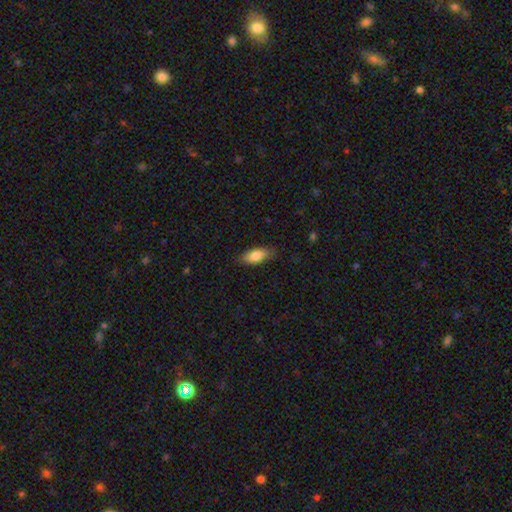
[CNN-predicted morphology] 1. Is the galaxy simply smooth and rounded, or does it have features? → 83% smooth, 10% featured or disk, 7% star or artifact.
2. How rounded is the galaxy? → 81% in between, 16% cigar-shaped, 2% round.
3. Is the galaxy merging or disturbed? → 82% none, 14% minor disturbance, 3% major disturbance, 1% merger.